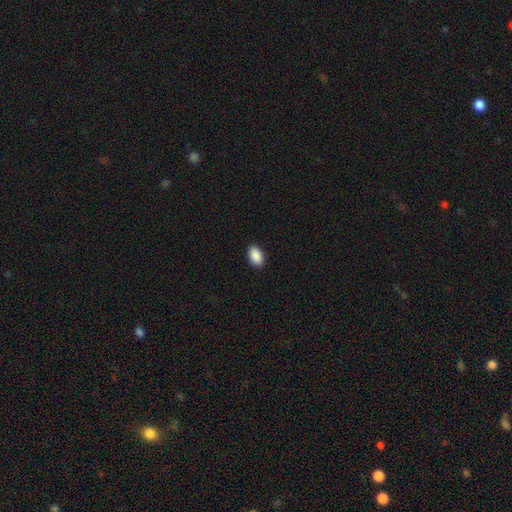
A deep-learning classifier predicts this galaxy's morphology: This is clearly a smooth galaxy (90%). How rounded: clearly in between (94%). Merging: clearly none (90%).